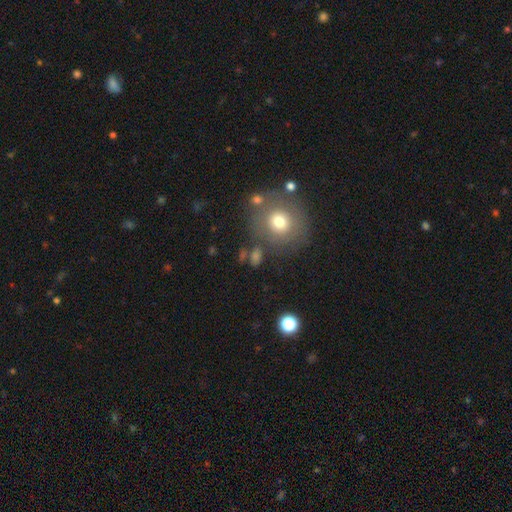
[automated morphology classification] Smooth or featured: smooth — 64% (star or artifact — 19%)
How rounded: round — 70% (in between — 27%)
Merging: none — 70% (minor disturbance — 13%)